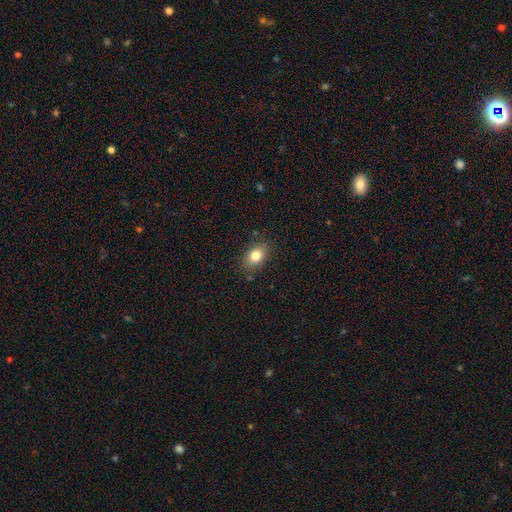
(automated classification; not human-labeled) Q: Smooth or featured?
A: smooth (81%); runner-up: featured or disk (10%)
Q: How rounded?
A: in between (78%); runner-up: round (21%)
Q: Merging?
A: none (83%); runner-up: minor disturbance (12%)